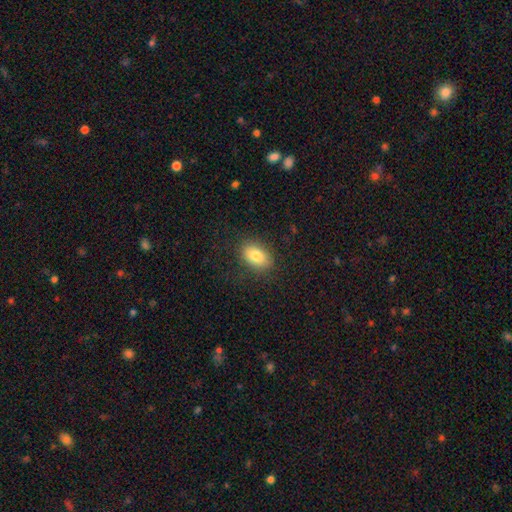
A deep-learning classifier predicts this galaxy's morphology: smooth 82%, featured or disk 10%, star or artifact 8%. Down the decision tree: how rounded — in between (87%); merging — none (84%).